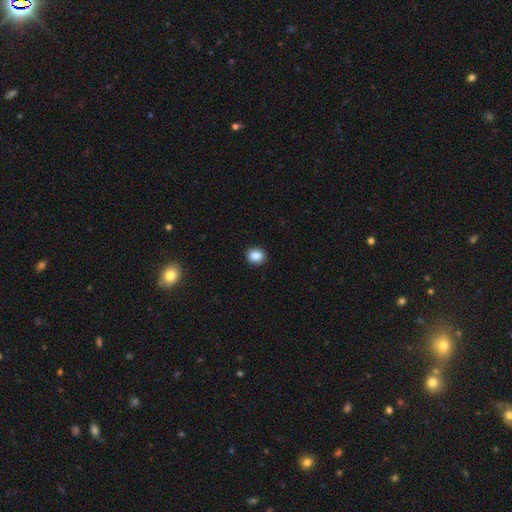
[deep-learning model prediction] Smooth or featured?
  - smooth: 87% *
  - star or artifact: 9%
  - featured or disk: 4%
How rounded?
  - round: 73% *
  - in between: 26%
  - cigar-shaped: 1%
Merging?
  - none: 92% *
  - minor disturbance: 6%
  - major disturbance: 2%
  - merger: 1%